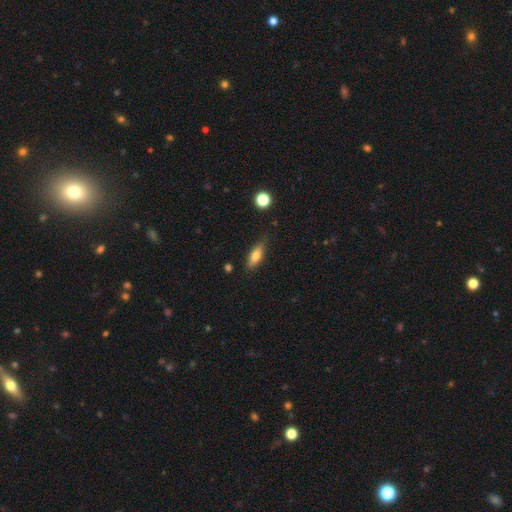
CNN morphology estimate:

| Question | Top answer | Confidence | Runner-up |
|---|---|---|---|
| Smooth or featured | smooth | 73% | featured or disk (19%) |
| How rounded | in between | 65% | cigar-shaped (31%) |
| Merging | none | 75% | minor disturbance (19%) |